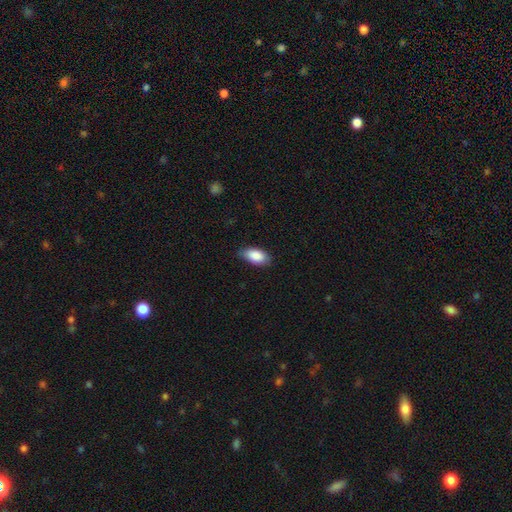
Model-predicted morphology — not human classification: smooth_or_featured: smooth (p=0.87) [alt: star or artifact p=0.07]
how_rounded: in between (p=0.92) [alt: cigar-shaped p=0.04]
merging: none (p=0.78) [alt: minor disturbance p=0.19]